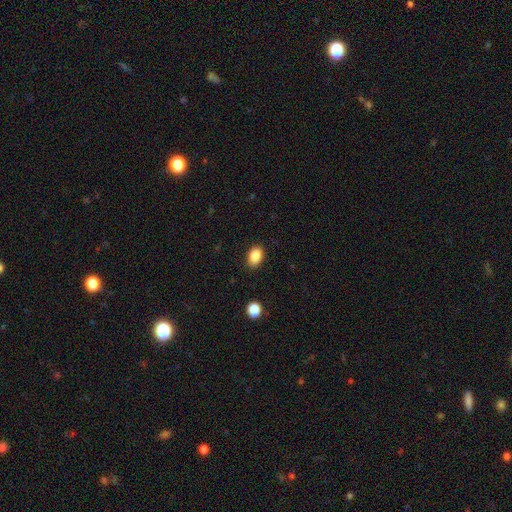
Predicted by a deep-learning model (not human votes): Overall: smooth (87%). How rounded: in between (83%). Merging: none (86%).